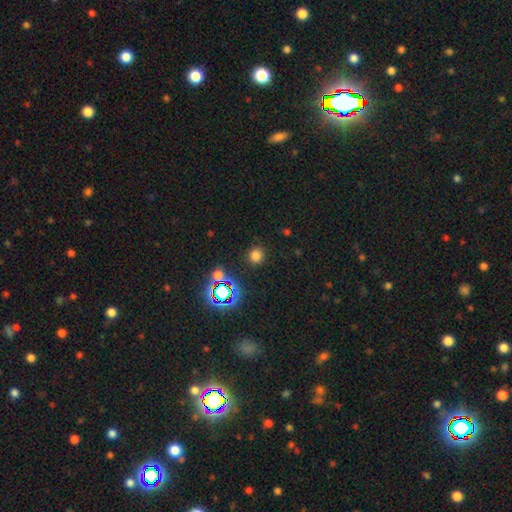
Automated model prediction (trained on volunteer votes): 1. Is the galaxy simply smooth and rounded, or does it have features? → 72% smooth, 23% star or artifact, 5% featured or disk.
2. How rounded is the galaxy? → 91% round, 8% in between, 1% cigar-shaped.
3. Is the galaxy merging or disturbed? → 88% none, 7% minor disturbance, 3% major disturbance, 2% merger.